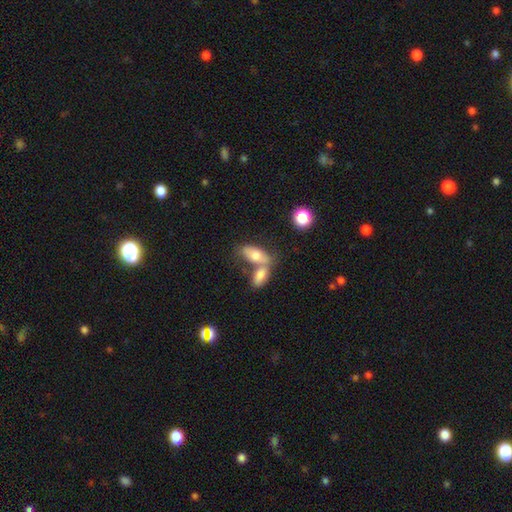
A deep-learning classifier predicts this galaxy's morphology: Overall: smooth (71%). How rounded: in between (85%). Merging: merger (55%; none 31%).